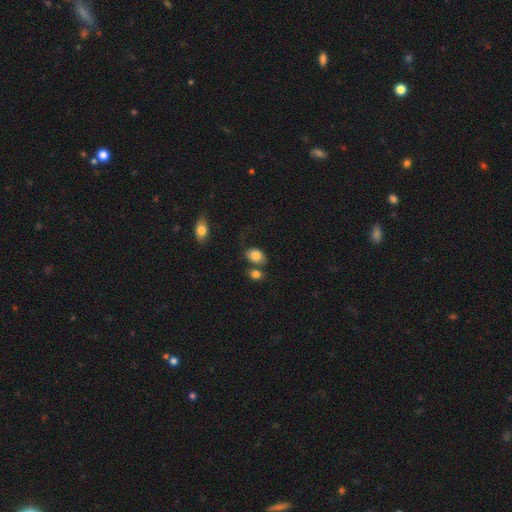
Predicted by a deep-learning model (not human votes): Smooth or featured? Predicted: smooth (p=0.82). How rounded? Predicted: in between (p=0.69). Merging? Predicted: none (p=0.53).